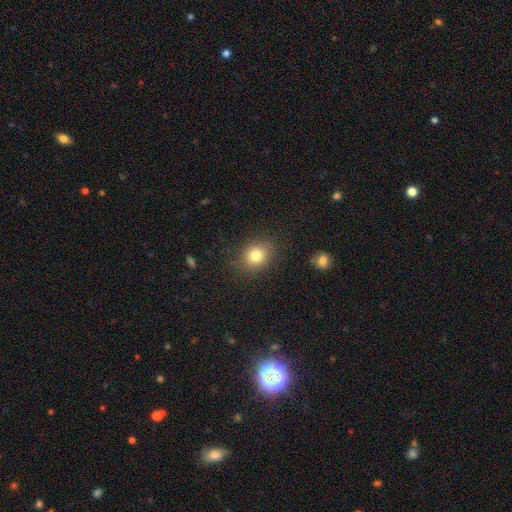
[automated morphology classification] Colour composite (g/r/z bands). It shows a smooth galaxy with no disk features (80%) that is round (64%). Merging: none (84%).